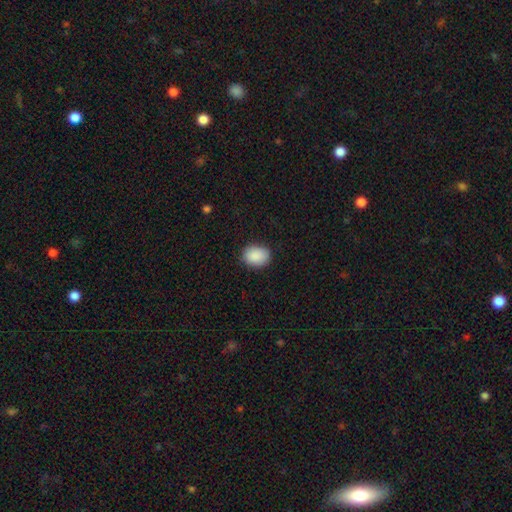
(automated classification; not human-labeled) Smooth or featured? smooth (90%)
How rounded? in between (60%)
Merging? none (86%)